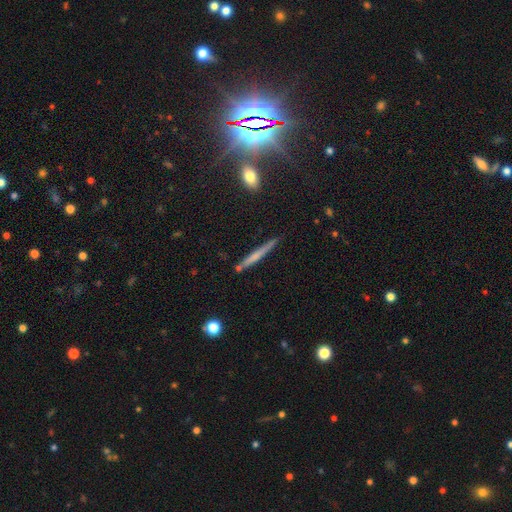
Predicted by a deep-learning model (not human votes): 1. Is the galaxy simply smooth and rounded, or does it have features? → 54% smooth, 39% featured or disk, 7% star or artifact.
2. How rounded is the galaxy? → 95% cigar-shaped, 3% in between, 2% round.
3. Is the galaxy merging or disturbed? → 82% none, 12% minor disturbance, 4% merger, 2% major disturbance.